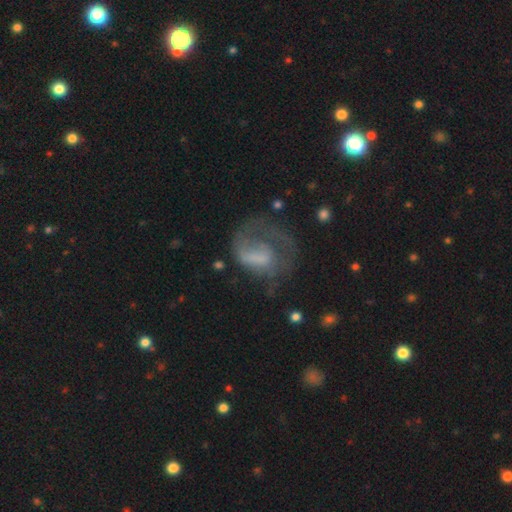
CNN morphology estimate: smooth_or_featured: featured or disk (p=0.57) [alt: smooth p=0.33]
disk_edge_on: no (p=0.97) [alt: yes p=0.03]
bar: no (p=0.57) [alt: weak p=0.33]
has_spiral_arms: yes (p=0.64) [alt: no p=0.36]
bulge_size: none (p=0.41) [alt: moderate p=0.24]
merging: major disturbance (p=0.48) [alt: none p=0.32]